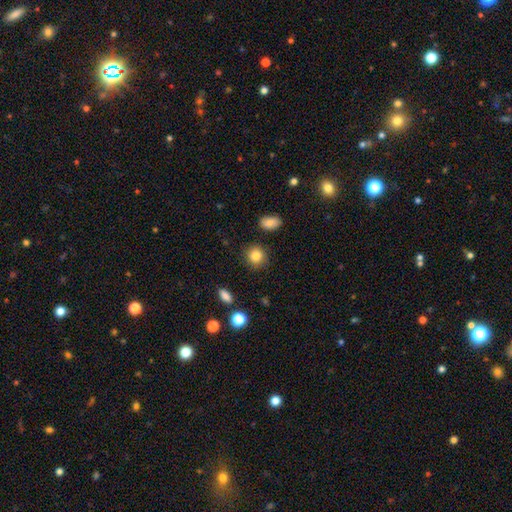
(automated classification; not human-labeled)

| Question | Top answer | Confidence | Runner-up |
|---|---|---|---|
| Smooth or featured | smooth | 84% | star or artifact (9%) |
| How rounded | round | 85% | in between (14%) |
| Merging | none | 86% | minor disturbance (10%) |